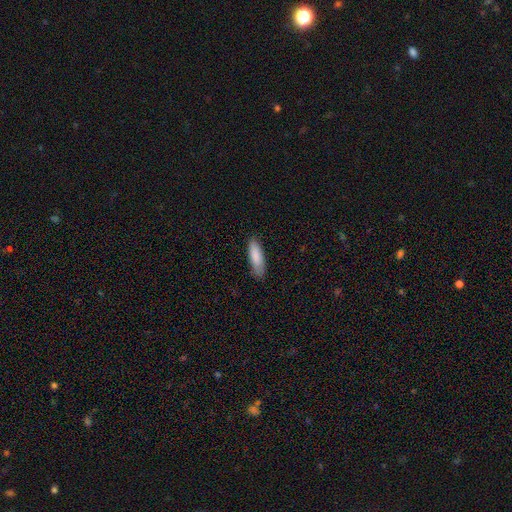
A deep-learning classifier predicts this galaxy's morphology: A smooth galaxy with no disk features (86%) that is cigar-shaped (53%). Merging: none (83%).